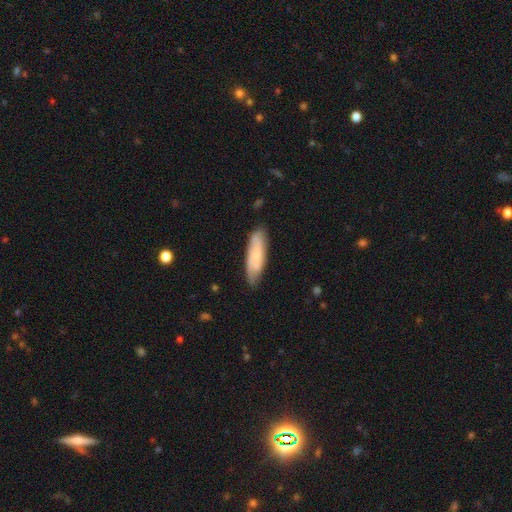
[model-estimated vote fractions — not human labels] smooth_or_featured: smooth (p=0.54) [alt: featured or disk p=0.40]
how_rounded: cigar-shaped (p=0.56) [alt: in between p=0.43]
merging: none (p=0.77) [alt: minor disturbance p=0.18]